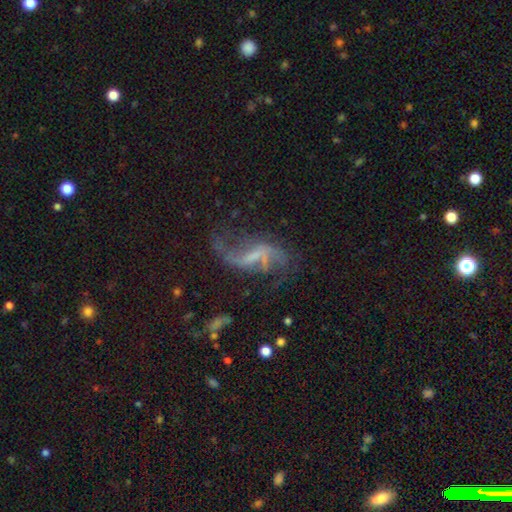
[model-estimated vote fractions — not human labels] The model was most divided on "bar": weak: 46%, strong: 34%, no: 20%. Remaining: edge-on disk — no (95%); spiral arms — yes (87%); spiral winding — loose (81%); smooth or featured — featured or disk (78%); spiral arm count — 2 (78%); bulge size — none (50%); merging — none (48%).